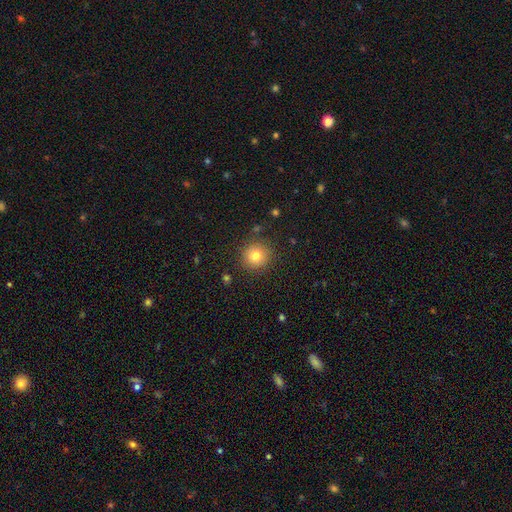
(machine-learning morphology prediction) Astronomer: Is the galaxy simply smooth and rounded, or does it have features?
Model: smooth — 79%.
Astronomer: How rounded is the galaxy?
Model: round — 93%.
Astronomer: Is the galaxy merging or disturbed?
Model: none — 88%.